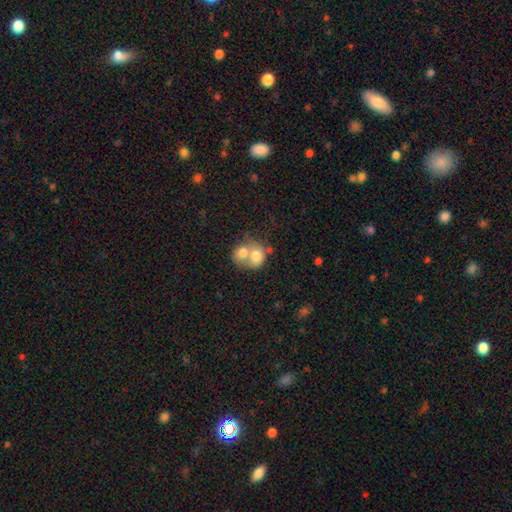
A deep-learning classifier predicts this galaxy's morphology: smooth_or_featured: smooth (p=0.68) [alt: featured or disk p=0.24]
how_rounded: round (p=0.60) [alt: in between p=0.39]
merging: merger (p=0.77) [alt: none p=0.14]